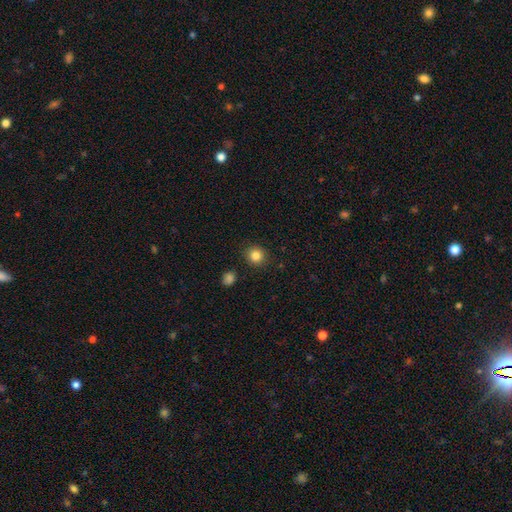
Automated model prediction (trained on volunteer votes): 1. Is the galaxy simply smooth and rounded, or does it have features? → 84% smooth, 11% star or artifact, 5% featured or disk.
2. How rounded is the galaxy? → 90% round, 9% in between, 1% cigar-shaped.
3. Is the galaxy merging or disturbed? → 90% none, 7% minor disturbance, 2% major disturbance, 2% merger.